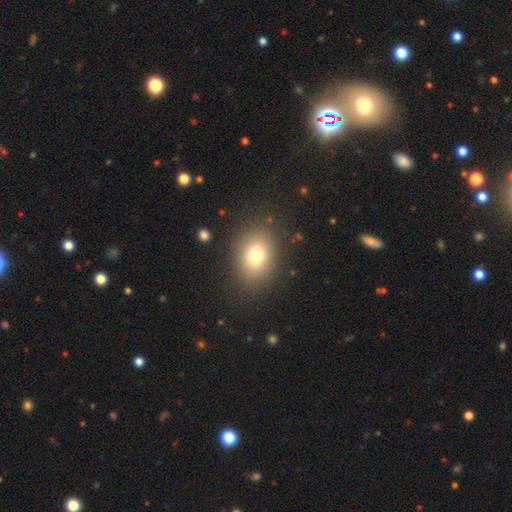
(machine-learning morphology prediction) This appears to be a smooth galaxy with no disk features (76%) that is in between round and cigar-shaped (62%). Merging: none (84%).